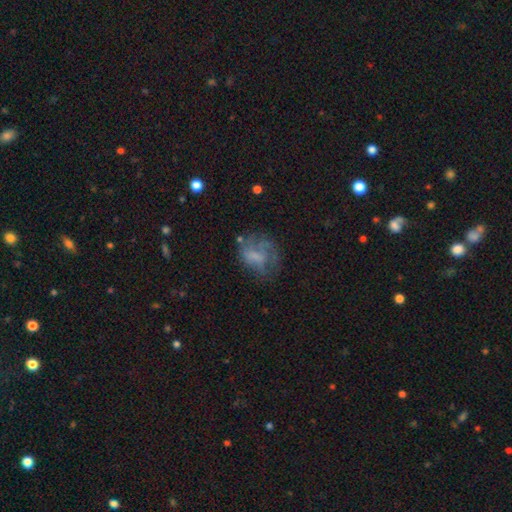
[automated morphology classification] type=smooth (46%); merging=none (42%).